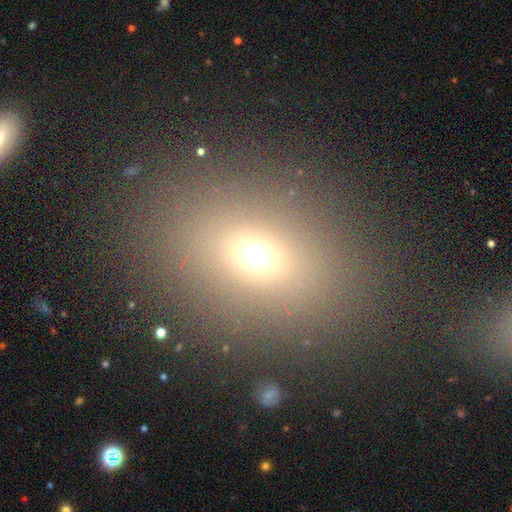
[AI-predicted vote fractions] The model was most divided on "how rounded": in between: 59%, round: 39%, cigar-shaped: 2%. More confident: merging — none (84%); smooth or featured — smooth (65%).